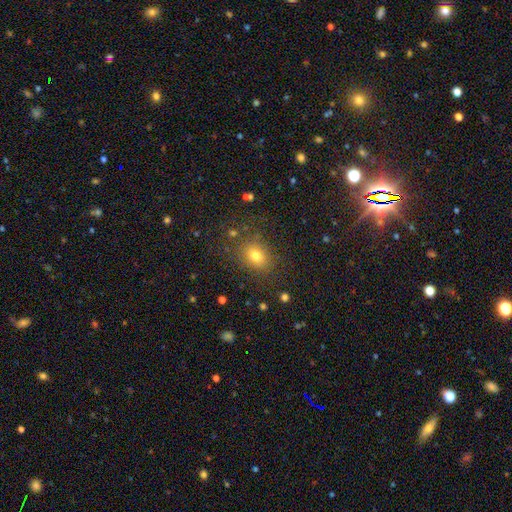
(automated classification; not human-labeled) Smooth or featured?
  - smooth: 76% *
  - star or artifact: 15%
  - featured or disk: 9%
How rounded?
  - in between: 49% * (tied)
  - round: 49% * (tied)
  - cigar-shaped: 1%
Merging?
  - none: 79% *
  - minor disturbance: 12%
  - major disturbance: 6%
  - merger: 3%